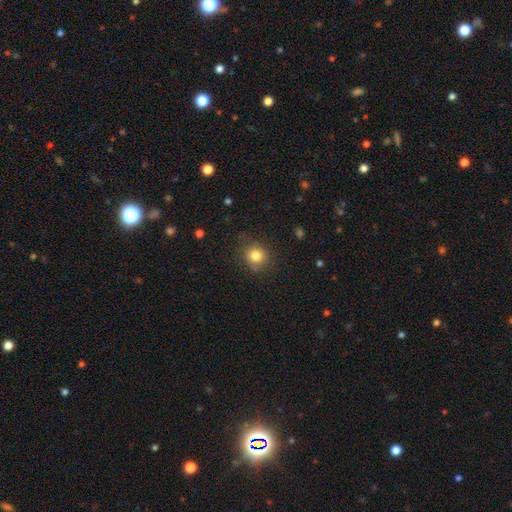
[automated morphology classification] A smooth galaxy with no disk features (82%) that is round (86%). Merging: none (80%).